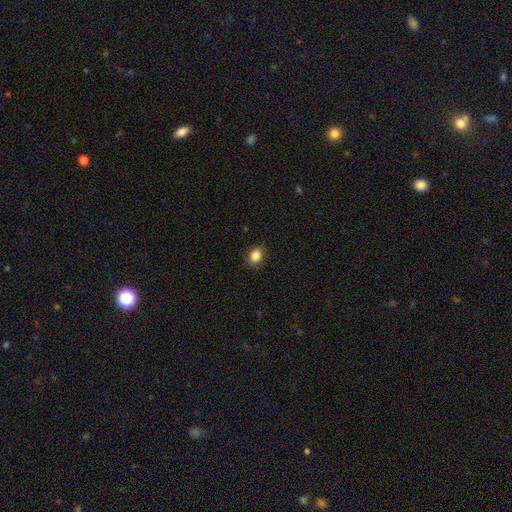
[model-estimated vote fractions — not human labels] Smooth or featured: smooth — 87% (star or artifact — 9%)
How rounded: in between — 59% (round — 40%)
Merging: none — 87% (minor disturbance — 10%)